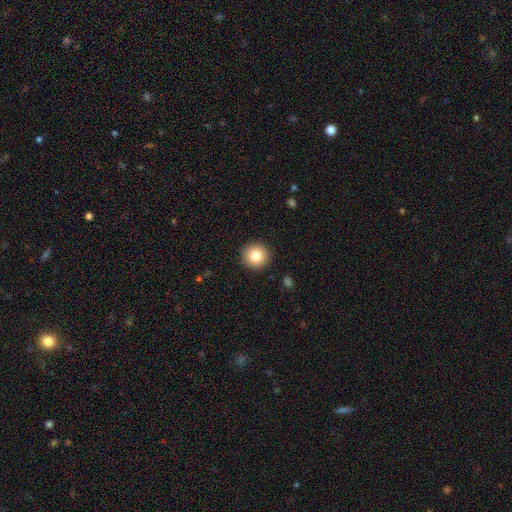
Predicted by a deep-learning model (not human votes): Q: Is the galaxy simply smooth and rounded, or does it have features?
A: smooth — 82%.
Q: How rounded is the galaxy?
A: round — 95%.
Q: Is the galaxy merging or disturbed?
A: none — 92%.